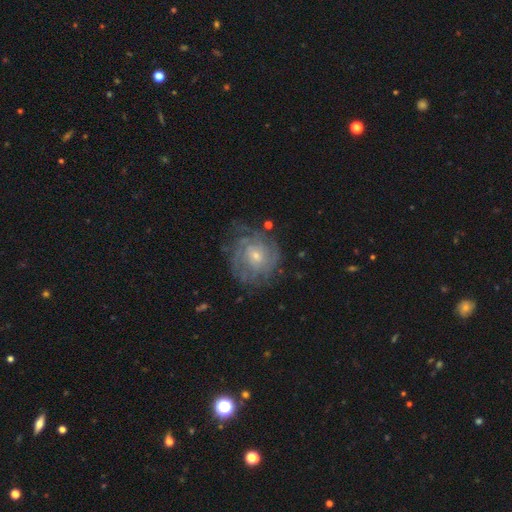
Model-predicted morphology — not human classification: The model was most divided on "bulge size": small: 60%, moderate: 35%, none: 2%, large: 2%, dominant: 1%. More confident: edge-on disk — no (97%); spiral arms — yes (86%); smooth or featured — featured or disk (75%); bar — no (70%); merging — none (69%); spiral winding — tight (65%); spiral arm count — can't tell (52%).